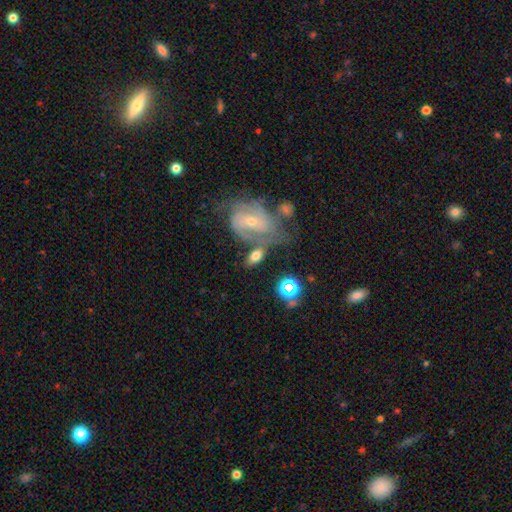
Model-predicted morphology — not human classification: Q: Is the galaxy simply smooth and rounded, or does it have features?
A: smooth — 50%.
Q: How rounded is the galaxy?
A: in between — 84%.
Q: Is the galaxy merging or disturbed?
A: none — 51%.